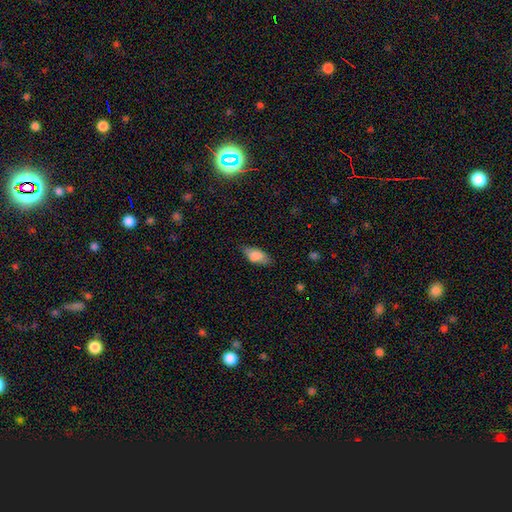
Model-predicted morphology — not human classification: type=smooth (81%); roundness=in between (85%); merging=none (76%).